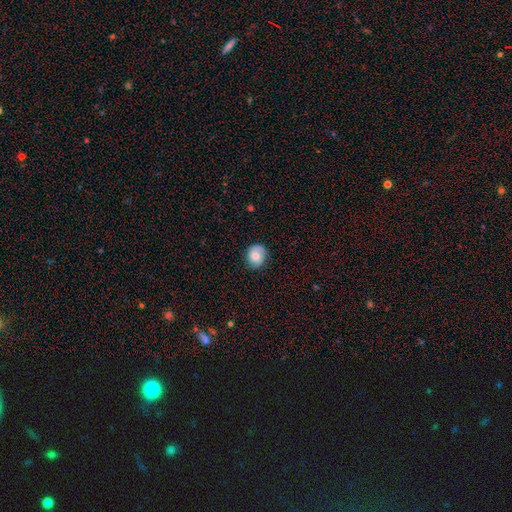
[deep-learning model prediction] smooth-or-featured: smooth: 54% | featured or disk: 37% | star or artifact: 8%
  how-rounded: round: 77% | in between: 22% | cigar-shaped: 1%
  merging: none: 77% | minor disturbance: 17% | major disturbance: 5% | merger: 1%